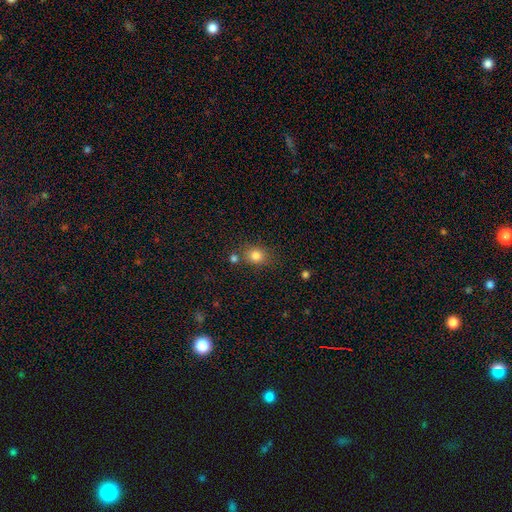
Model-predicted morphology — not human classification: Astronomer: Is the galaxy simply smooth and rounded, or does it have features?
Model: smooth — 82%.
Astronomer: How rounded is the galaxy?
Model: round — 65%.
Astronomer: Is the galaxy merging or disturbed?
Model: none — 73%.